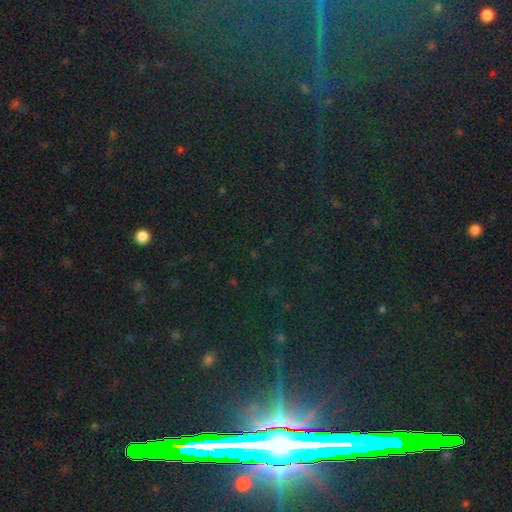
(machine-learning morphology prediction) This is clearly a star or artifact rather than a galaxy (83%).